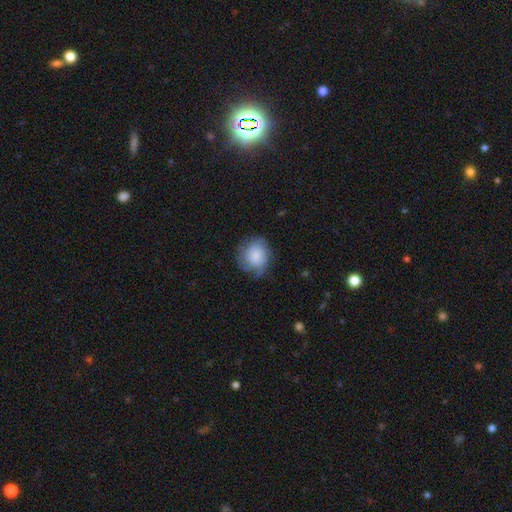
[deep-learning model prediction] Smooth or featured? Predicted: smooth (p=0.74). How rounded? Predicted: round (p=0.76). Merging? Predicted: none (p=0.63).